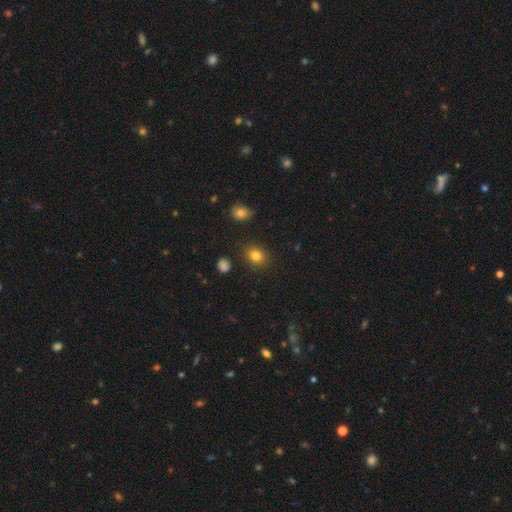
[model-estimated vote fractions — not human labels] The model was most divided on "how rounded": round: 50%, in between: 49%, cigar-shaped: 1%. More confident: merging — none (85%); smooth or featured — smooth (82%).